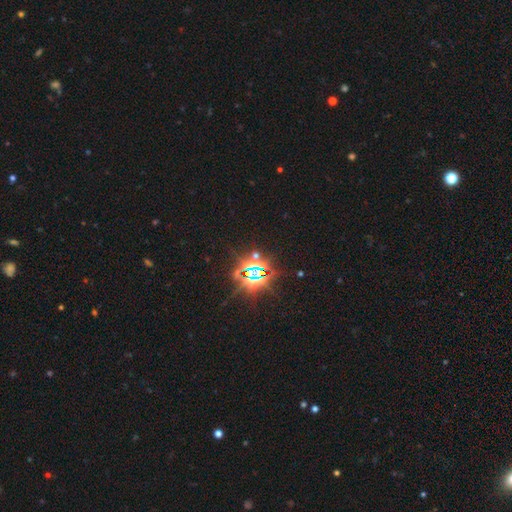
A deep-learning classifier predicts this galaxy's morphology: type=star or artifact (85%).